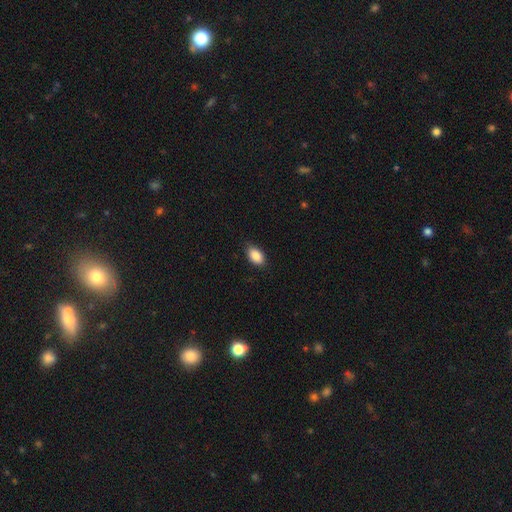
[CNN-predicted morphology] type=smooth (88%); roundness=in between (92%); merging=none (82%).